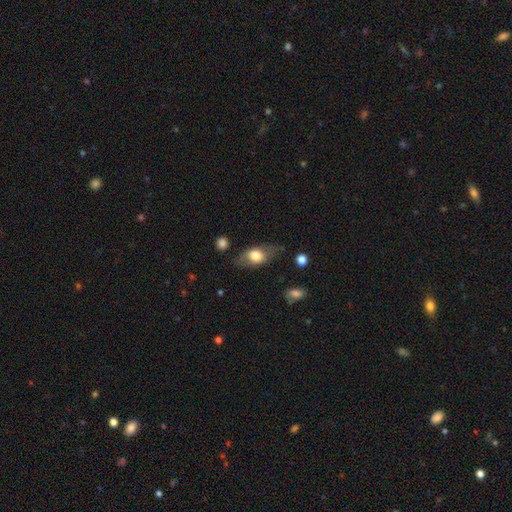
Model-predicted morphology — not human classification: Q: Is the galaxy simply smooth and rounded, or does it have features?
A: smooth — 63%.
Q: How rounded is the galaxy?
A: in between — 79%.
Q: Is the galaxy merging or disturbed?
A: none — 68%.